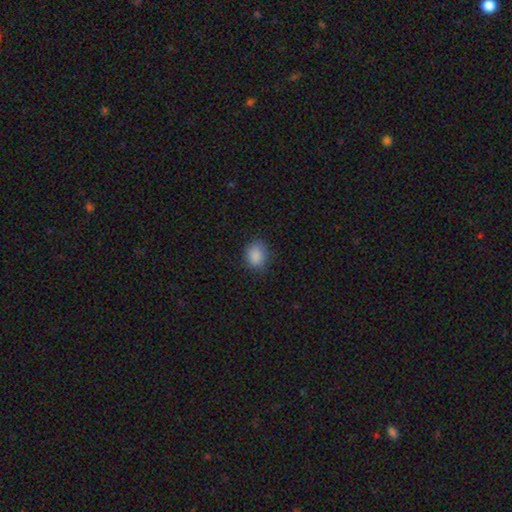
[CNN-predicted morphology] A smooth galaxy with no disk features (87%) that is round (51%). Merging: none (82%).